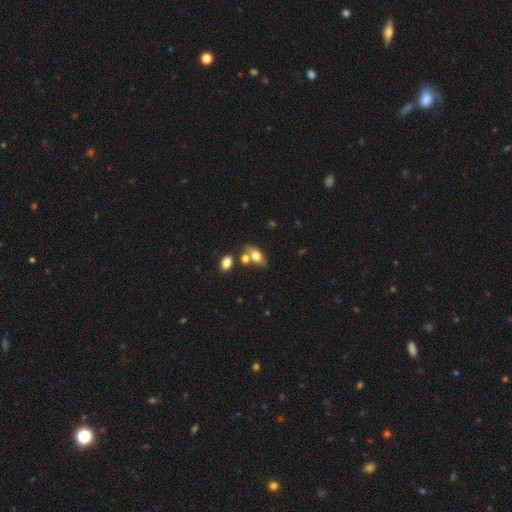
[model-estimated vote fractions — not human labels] Overall: smooth (70%). How rounded: in between (85%). Merging: none (54%; merger 28%).